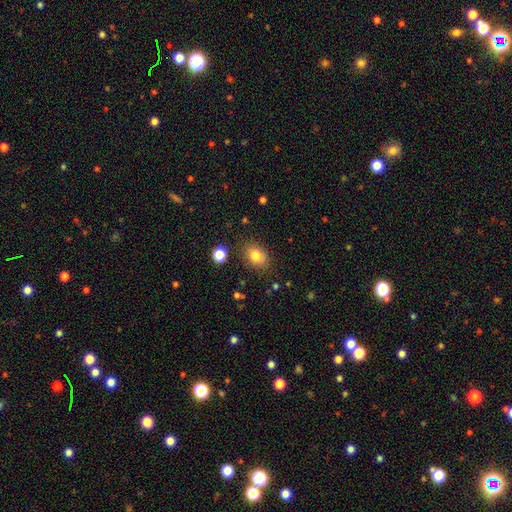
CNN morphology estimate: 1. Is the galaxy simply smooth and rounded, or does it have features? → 81% smooth, 10% star or artifact, 9% featured or disk.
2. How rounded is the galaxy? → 66% in between, 33% round, 1% cigar-shaped.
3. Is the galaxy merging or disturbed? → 82% none, 12% minor disturbance, 3% major disturbance, 2% merger.